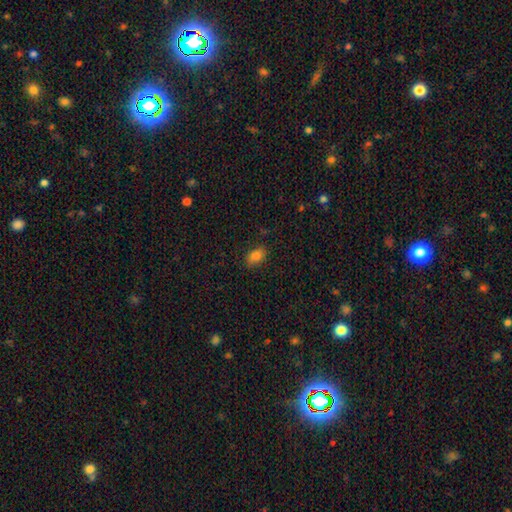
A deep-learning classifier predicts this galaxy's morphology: smooth_or_featured: smooth (p=0.84) [alt: star or artifact p=0.12]
how_rounded: in between (p=0.87) [alt: round p=0.11]
merging: none (p=0.80) [alt: minor disturbance p=0.15]